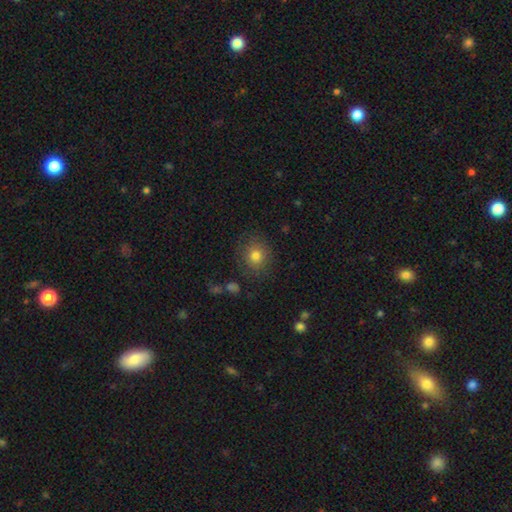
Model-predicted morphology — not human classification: The model was most divided on "smooth or featured": smooth: 76%, featured or disk: 13%, star or artifact: 11%. More confident: how rounded — round (83%); merging — none (79%).